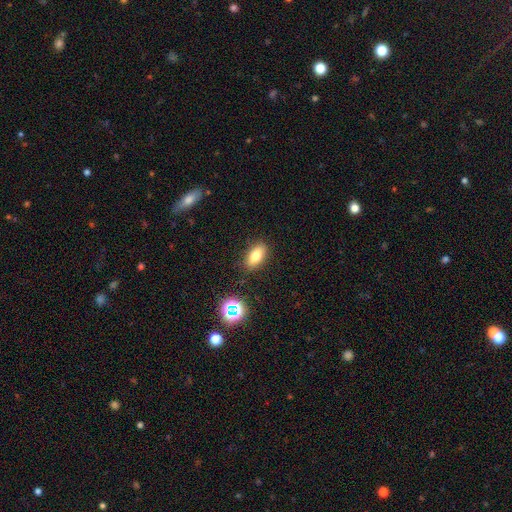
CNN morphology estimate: Smooth or featured?
  - smooth: 78% *
  - star or artifact: 12%
  - featured or disk: 11%
How rounded?
  - in between: 85% *
  - round: 8%
  - cigar-shaped: 7%
Merging?
  - none: 86% *
  - minor disturbance: 9%
  - major disturbance: 3%
  - merger: 2%